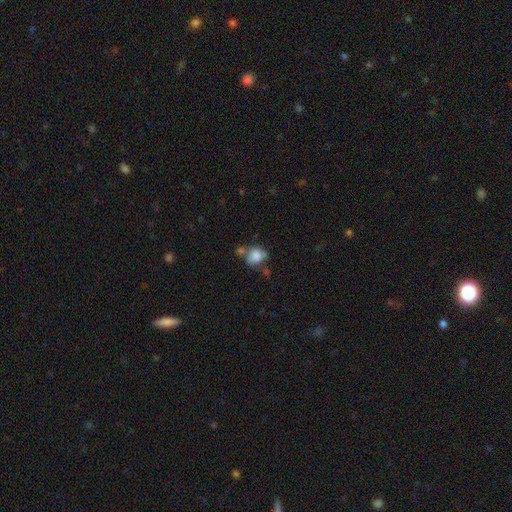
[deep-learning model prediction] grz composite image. It shows a smooth galaxy with no disk features (75%) that is round (59%). Merging: none (39%).